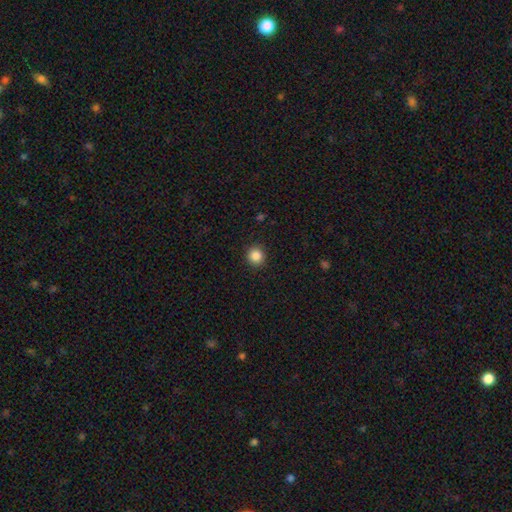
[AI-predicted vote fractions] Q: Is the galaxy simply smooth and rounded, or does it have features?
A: smooth — 87%.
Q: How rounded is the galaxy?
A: round — 93%.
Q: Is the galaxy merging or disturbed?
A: none — 92%.